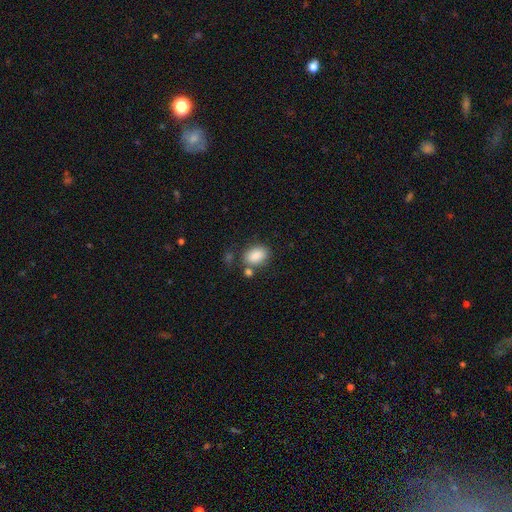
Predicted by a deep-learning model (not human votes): smooth_or_featured: smooth (p=0.87) [alt: star or artifact p=0.08]
how_rounded: in between (p=0.79) [alt: round p=0.20]
merging: none (p=0.68) [alt: minor disturbance p=0.15]